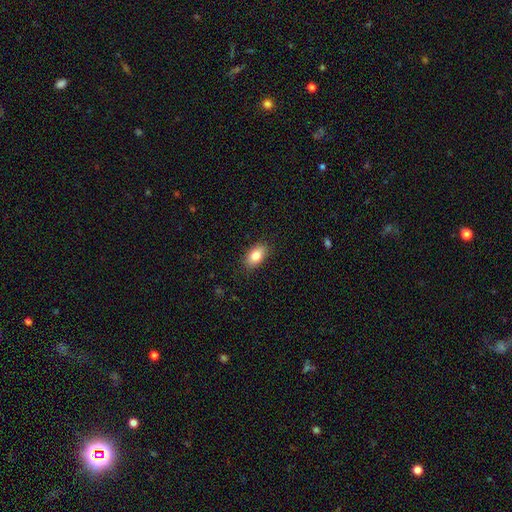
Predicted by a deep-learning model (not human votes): Overall: smooth (83%). How rounded: in between (91%). Merging: none (87%).